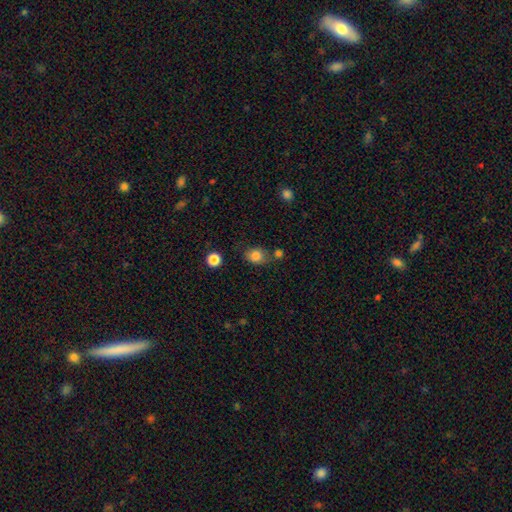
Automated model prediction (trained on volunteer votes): This appears to be a smooth galaxy with no disk features (83%) that is round (50%). Merging: none (63%).